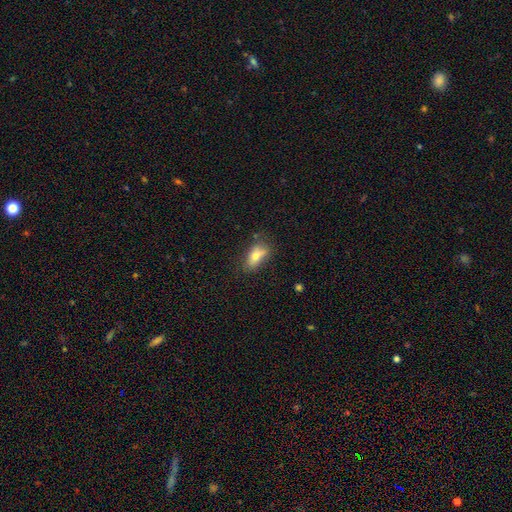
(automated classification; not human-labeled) Smooth or featured? Predicted: smooth (p=0.70). How rounded? Predicted: in between (p=0.81). Merging? Predicted: none (p=0.58).